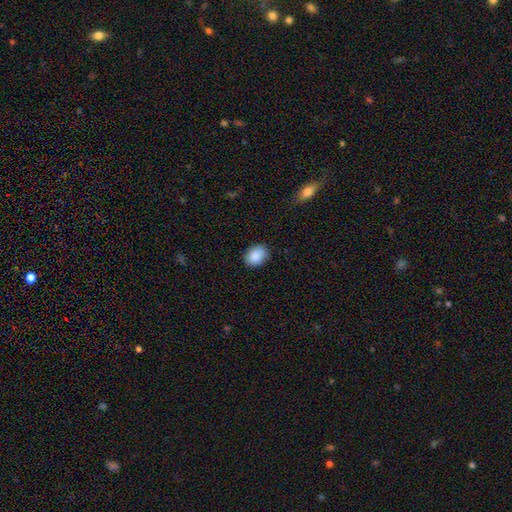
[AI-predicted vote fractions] Smooth or featured? Predicted: smooth (p=0.89). How rounded? Predicted: in between (p=0.65). Merging? Predicted: none (p=0.84).